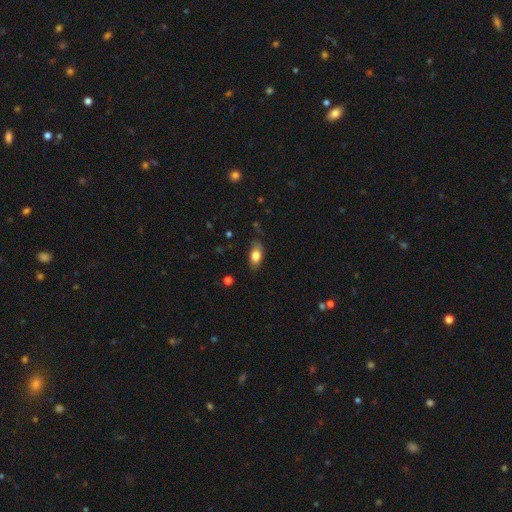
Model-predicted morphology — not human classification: smooth 77%, featured or disk 15%, star or artifact 7%. Down the decision tree: how rounded — in between (86%); merging — none (75%).